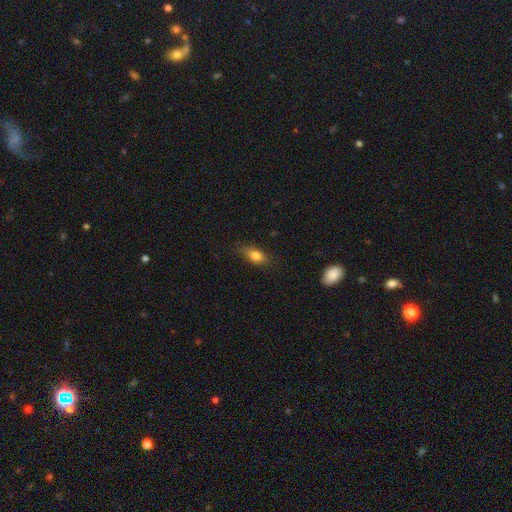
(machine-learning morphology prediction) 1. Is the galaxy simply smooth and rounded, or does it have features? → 77% smooth, 14% featured or disk, 9% star or artifact.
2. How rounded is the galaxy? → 76% in between, 13% cigar-shaped, 10% round.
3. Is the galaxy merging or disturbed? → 75% none, 19% minor disturbance, 4% major disturbance, 1% merger.